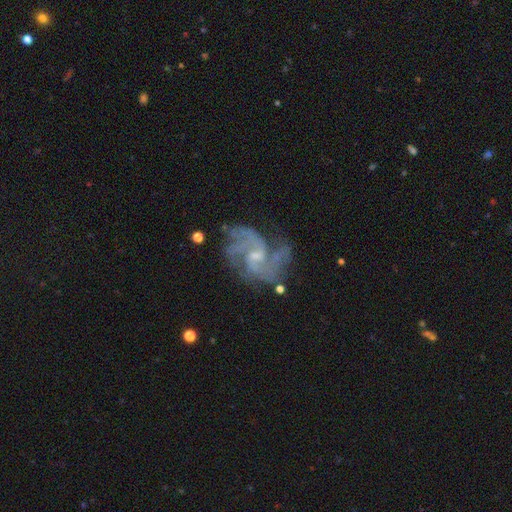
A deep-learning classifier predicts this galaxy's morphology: Overall: featured or disk (87%). Edge-on disk: no (98%). Bar: weak (49%; no 41%). Spiral arms: yes (95%). Spiral arm count: 3 (29%; 2 25%). Spiral winding: medium (51%; loose 26%). Bulge size: small (59%; moderate 28%). Merging: none (58%; minor disturbance 20%).